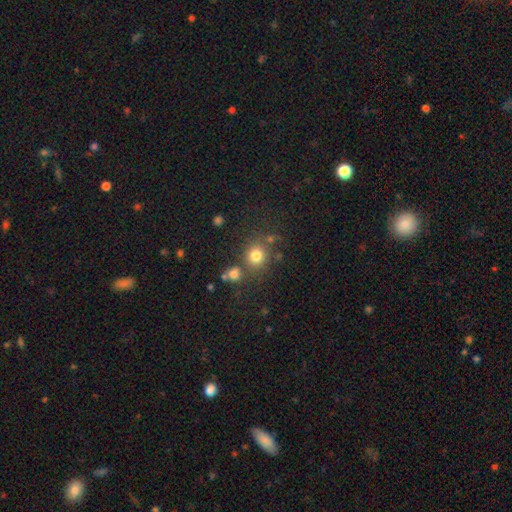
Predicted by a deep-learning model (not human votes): Overall: smooth (78%). How rounded: round (85%). Merging: none (72%).